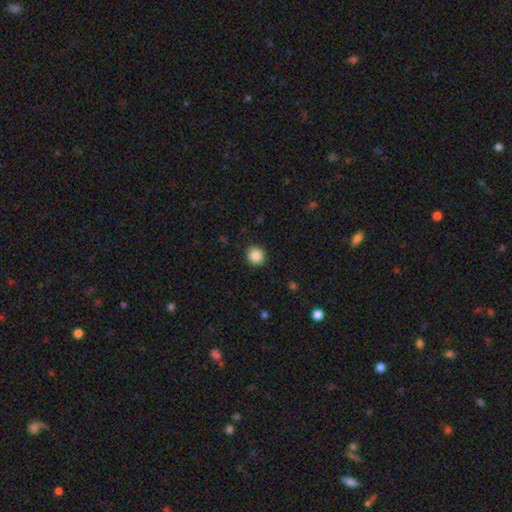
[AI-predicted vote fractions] A smooth galaxy with no disk features (87%) that is round (92%). Merging: none (92%).